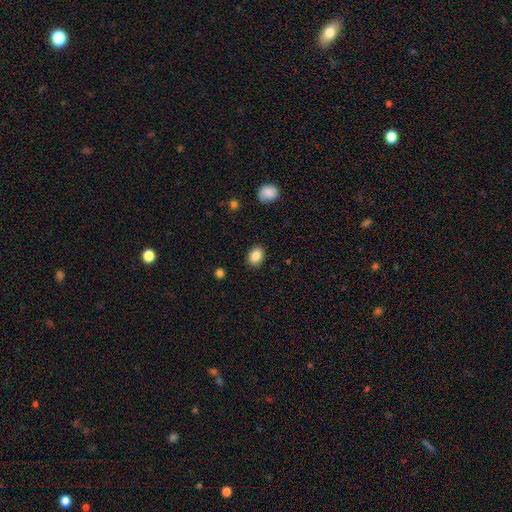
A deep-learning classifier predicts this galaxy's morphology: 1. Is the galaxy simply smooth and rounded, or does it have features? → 86% smooth, 9% star or artifact, 5% featured or disk.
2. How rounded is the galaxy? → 68% in between, 31% round, 1% cigar-shaped.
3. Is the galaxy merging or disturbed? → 88% none, 8% minor disturbance, 2% major disturbance, 1% merger.